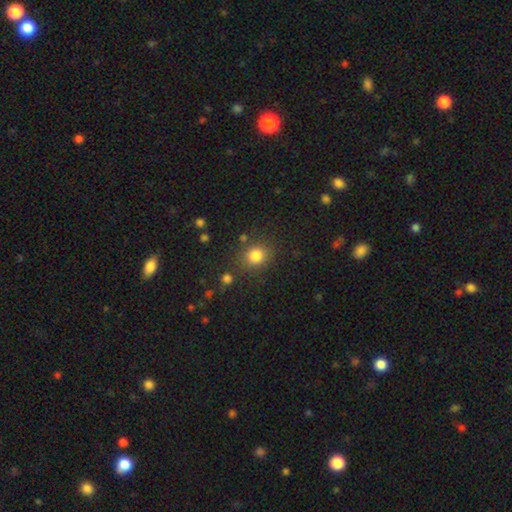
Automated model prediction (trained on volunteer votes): A smooth galaxy with no disk features (82%) that is round (79%).

Vote fractions:
- Smooth or featured? smooth: 82% / star or artifact: 12% / featured or disk: 5%
- How rounded? round: 79% / in between: 20% / cigar-shaped: 1%
- Merging? none: 79% / minor disturbance: 11% / merger: 6% / major disturbance: 4%